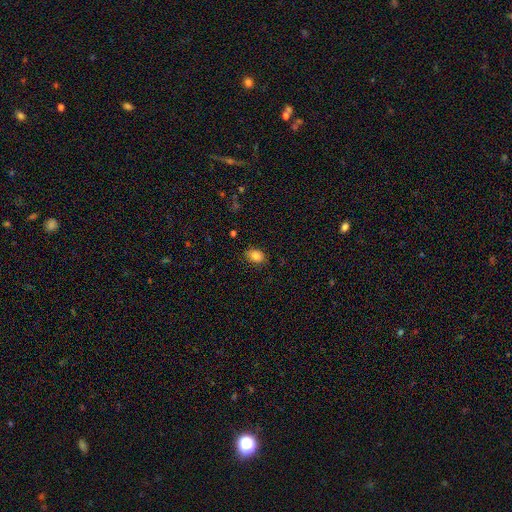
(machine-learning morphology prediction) The model was most divided on "how rounded": in between: 73%, round: 26%, cigar-shaped: 1%. More confident: smooth or featured — smooth (85%); merging — none (84%).